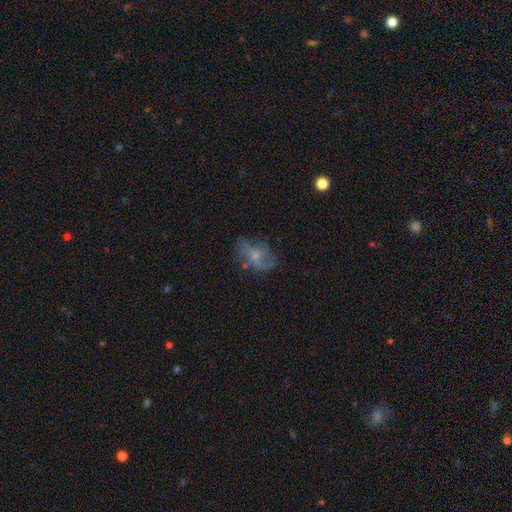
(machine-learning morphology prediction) Smooth or featured? Predicted: featured or disk (p=0.59). Edge-on disk? Predicted: no (p=0.96). Bar? Predicted: no (p=0.71). Spiral arms? Predicted: yes (p=0.63). Bulge size? Predicted: small (p=0.53). Merging? Predicted: none (p=0.53).